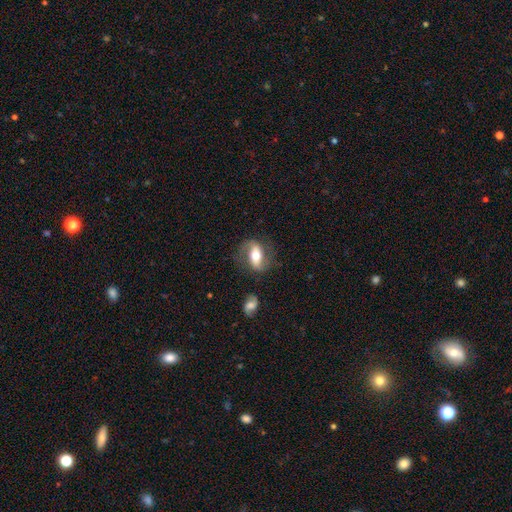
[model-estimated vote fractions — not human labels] A featured or disk galaxy (53%). Merging: none (69%).